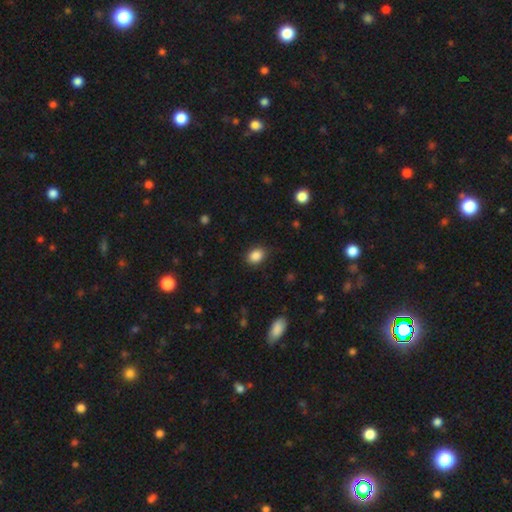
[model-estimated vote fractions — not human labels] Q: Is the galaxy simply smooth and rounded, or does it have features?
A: smooth — 87%.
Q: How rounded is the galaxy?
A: in between — 67%.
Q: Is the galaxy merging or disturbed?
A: none — 84%.